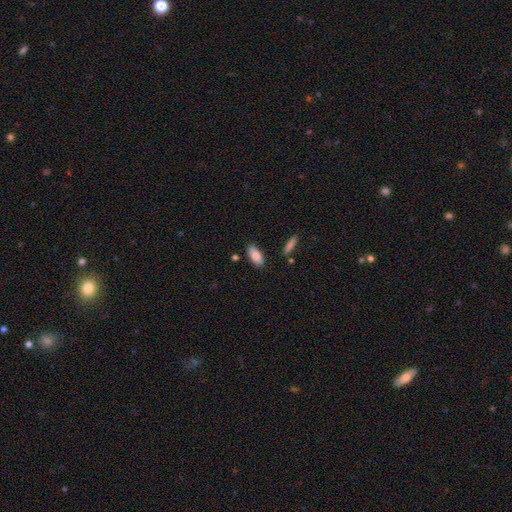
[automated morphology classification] The model was most divided on "merging": none: 83%, minor disturbance: 12%, merger: 3%, major disturbance: 2%. More confident: how rounded — in between (85%); smooth or featured — smooth (85%).